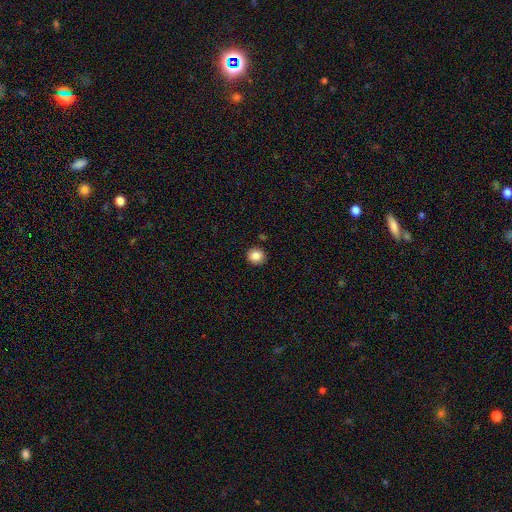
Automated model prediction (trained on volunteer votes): Morphology: type=smooth (86%); roundness=round (88%); merging=none (90%).